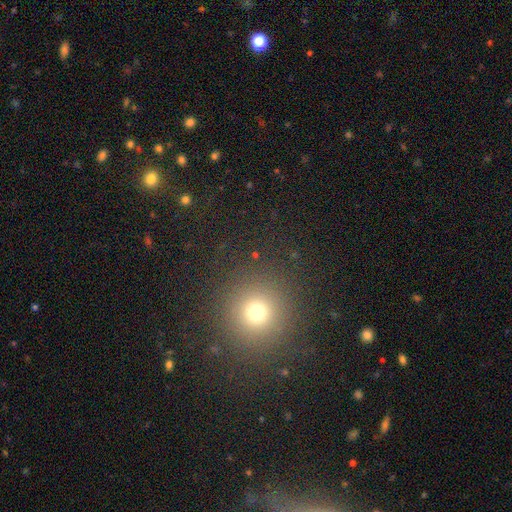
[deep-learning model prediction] The model was most divided on "smooth or featured": smooth: 67%, star or artifact: 26%, featured or disk: 7%. More confident: how rounded — round (93%); merging — none (89%).